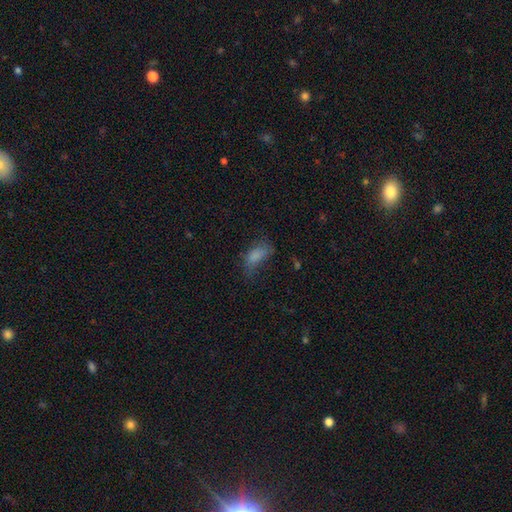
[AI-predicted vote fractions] The model was most divided on "merging": none: 38%, minor disturbance: 30%, major disturbance: 29%, merger: 3%. More confident: how rounded — in between (87%); smooth or featured — smooth (74%).